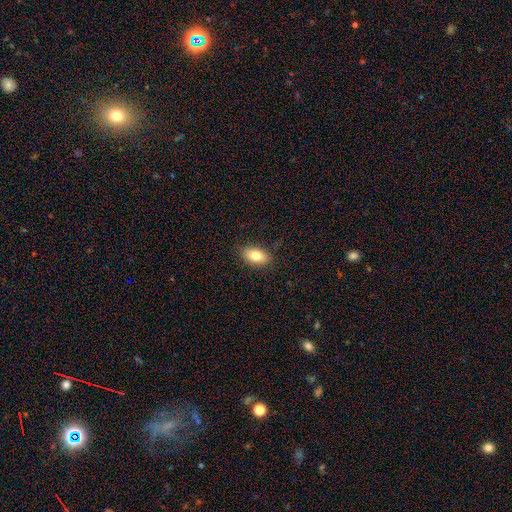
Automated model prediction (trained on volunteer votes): The model was most divided on "smooth or featured": smooth: 79%, featured or disk: 13%, star or artifact: 8%. More confident: how rounded — in between (89%); merging — none (86%).